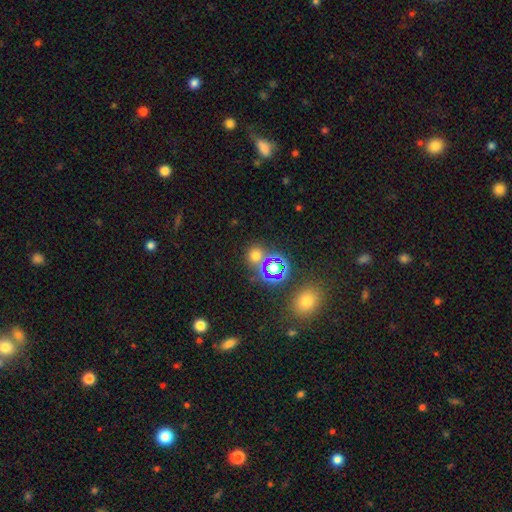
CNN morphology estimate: Smooth or featured?
  - smooth: 57% *
  - star or artifact: 36%
  - featured or disk: 7%
How rounded?
  - round: 83% *
  - in between: 16%
  - cigar-shaped: 1%
Merging?
  - none: 73% *
  - merger: 14%
  - minor disturbance: 9%
  - major disturbance: 4%